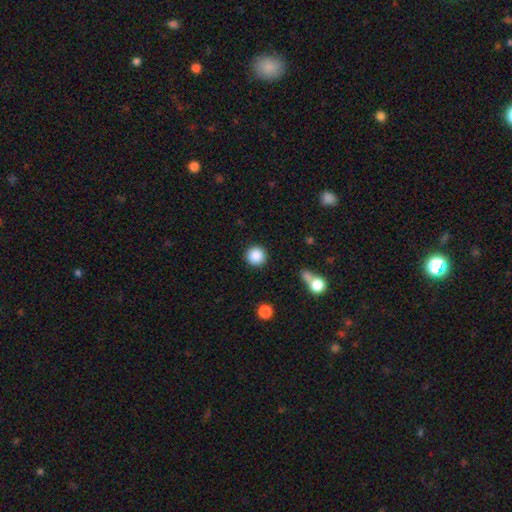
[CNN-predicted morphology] A smooth galaxy with no disk features (88%) that is round (95%).

Vote fractions:
- Smooth or featured? smooth: 88% / star or artifact: 9% / featured or disk: 3%
- How rounded? round: 95% / in between: 4% / cigar-shaped: 1%
- Merging? none: 90% / minor disturbance: 6% / major disturbance: 2% / merger: 2%